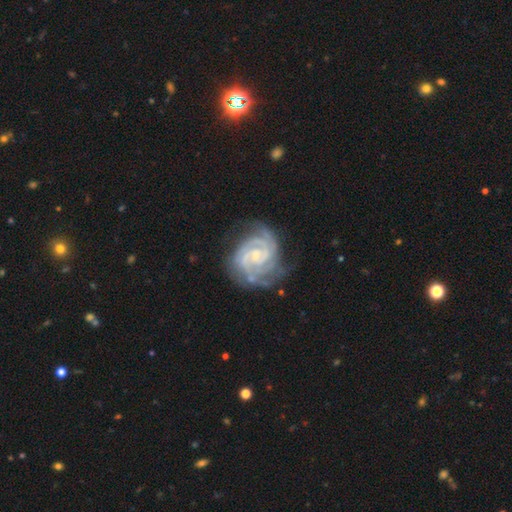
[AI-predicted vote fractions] The model was most divided on "bar": no: 48%, weak: 40%, strong: 12%. Remaining: spiral arms — yes (99%); edge-on disk — no (98%); smooth or featured — featured or disk (92%); spiral winding — tight (74%); merging — none (70%); bulge size — small (68%); spiral arm count — 2 (47%).